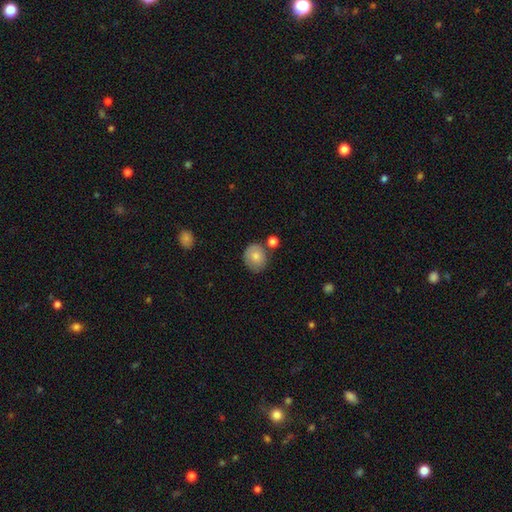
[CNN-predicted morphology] This is likely a smooth galaxy (76%). How rounded: likely round (75%). Merging: likely none (68%).